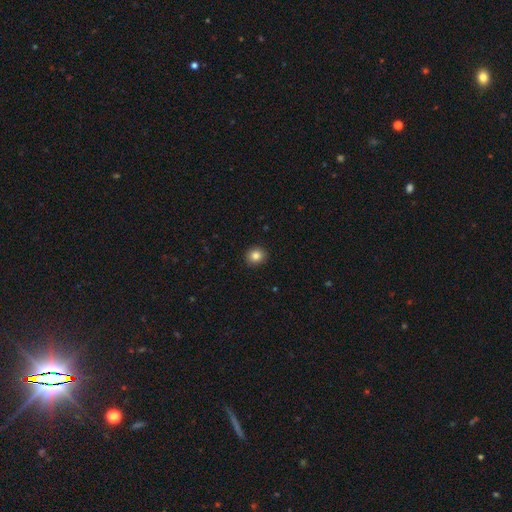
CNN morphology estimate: type=smooth (84%); roundness=round (83%); merging=none (92%).